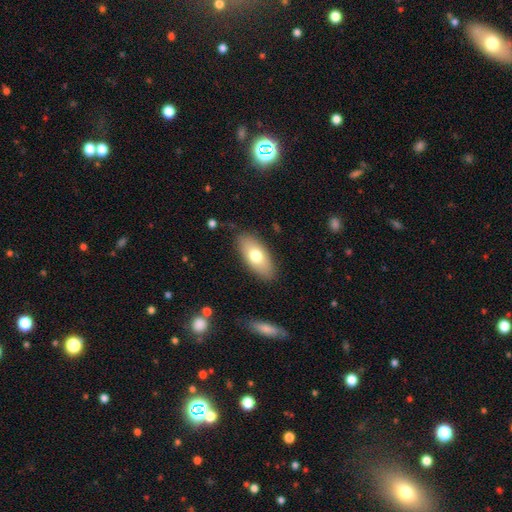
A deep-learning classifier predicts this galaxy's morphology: The model was most divided on "smooth or featured": smooth: 71%, featured or disk: 23%, star or artifact: 6%. More confident: how rounded — in between (88%); merging — none (85%).